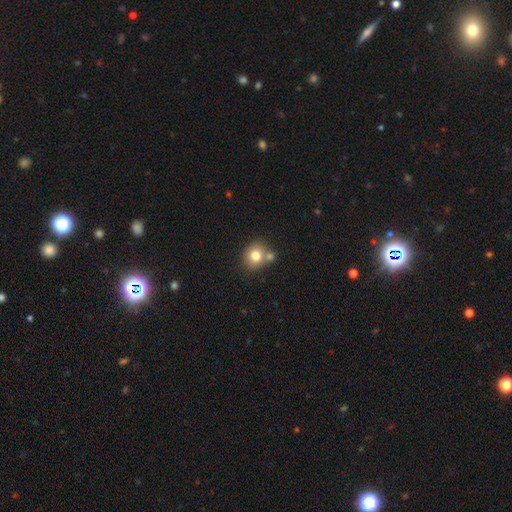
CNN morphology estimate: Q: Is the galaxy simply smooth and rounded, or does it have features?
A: smooth — 77%.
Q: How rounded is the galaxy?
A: round — 73%.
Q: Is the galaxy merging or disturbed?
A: none — 56%.